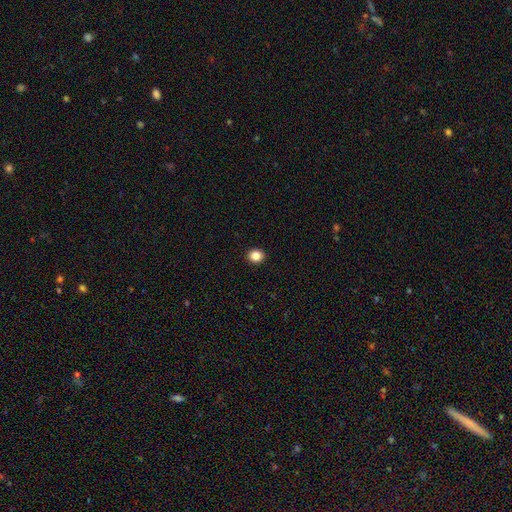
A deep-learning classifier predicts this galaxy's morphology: Smooth or featured? smooth (86%)
How rounded? round (81%)
Merging? none (93%)